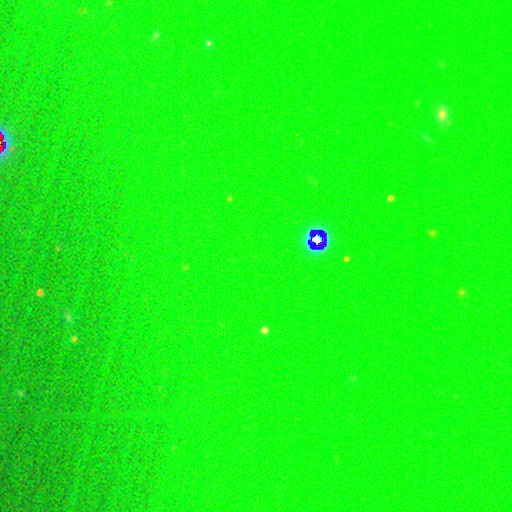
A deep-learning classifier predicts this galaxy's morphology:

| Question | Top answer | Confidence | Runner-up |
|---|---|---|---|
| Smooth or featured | star or artifact | 75% | smooth (16%) |